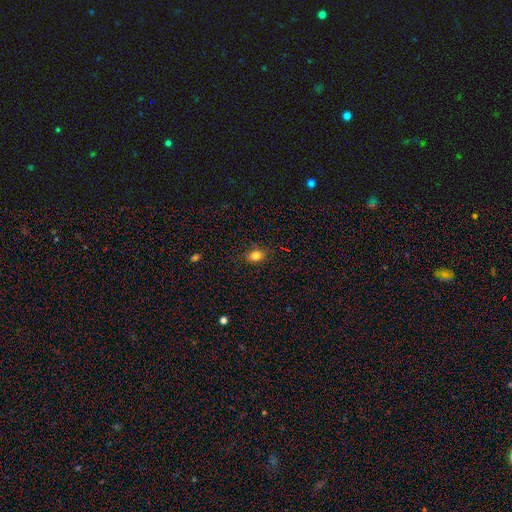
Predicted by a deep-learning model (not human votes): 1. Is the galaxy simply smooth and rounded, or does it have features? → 81% smooth, 12% star or artifact, 8% featured or disk.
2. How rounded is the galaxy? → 65% in between, 33% round, 3% cigar-shaped.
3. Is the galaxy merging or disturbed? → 83% none, 13% minor disturbance, 3% major disturbance, 1% merger.